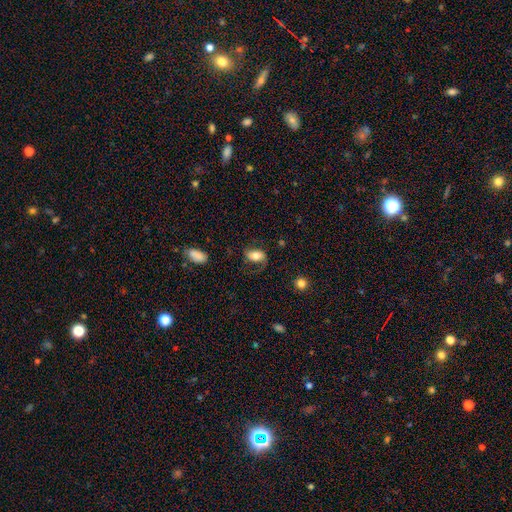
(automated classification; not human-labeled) Morphology: type=smooth (50%); merging=none (56%).